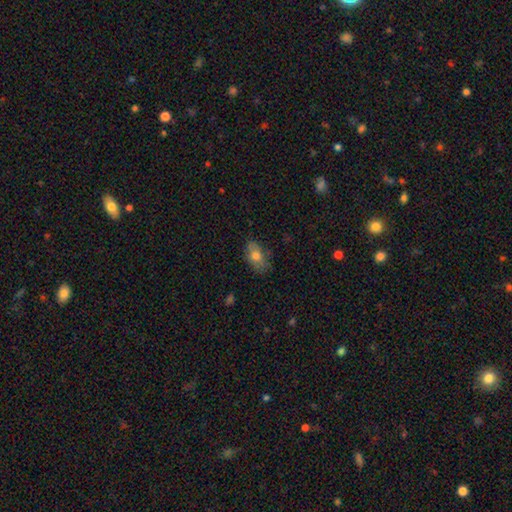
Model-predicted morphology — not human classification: type=smooth (73%); roundness=in between (89%); merging=none (73%).